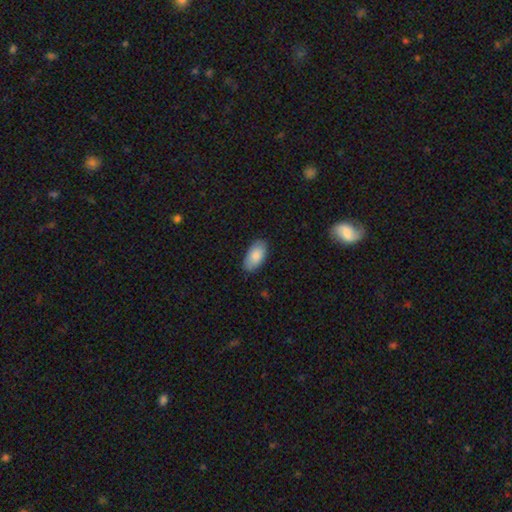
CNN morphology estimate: The model was most divided on "merging": none: 84%, minor disturbance: 12%, major disturbance: 2%, merger: 1%. More confident: how rounded — in between (95%); smooth or featured — smooth (84%).